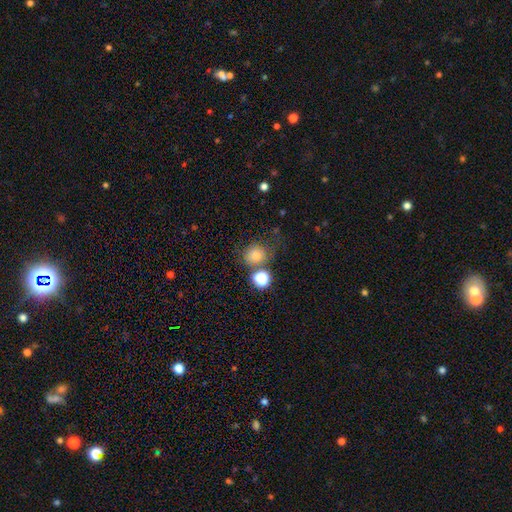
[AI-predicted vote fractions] Smooth or featured: smooth — 76% (star or artifact — 15%)
How rounded: round — 79% (in between — 20%)
Merging: none — 59% (merger — 19%)